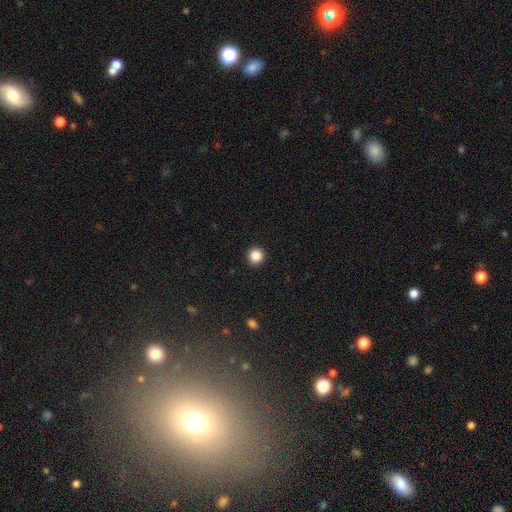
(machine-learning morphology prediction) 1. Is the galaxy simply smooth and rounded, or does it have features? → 87% smooth, 10% star or artifact, 3% featured or disk.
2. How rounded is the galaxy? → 95% round, 4% in between, 1% cigar-shaped.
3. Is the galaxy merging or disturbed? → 94% none, 4% minor disturbance, 2% major disturbance, 1% merger.